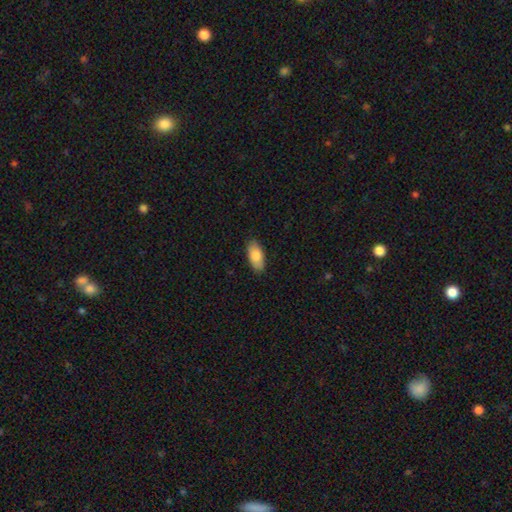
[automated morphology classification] Smooth or featured? smooth (84%)
How rounded? in between (90%)
Merging? none (87%)